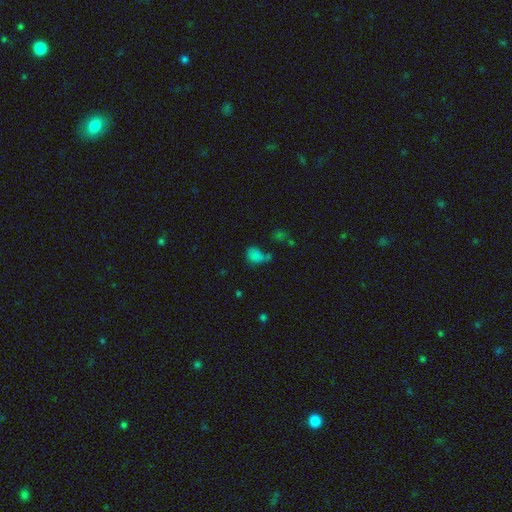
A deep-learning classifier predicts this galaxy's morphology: This appears to be a smooth galaxy with no disk features (73%) that is in between round and cigar-shaped (63%). Merging: none (40%).